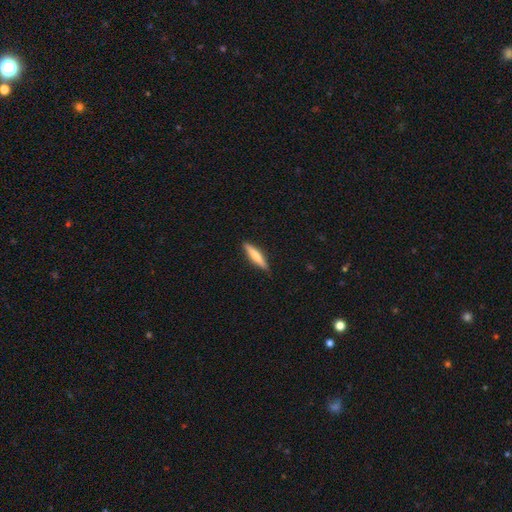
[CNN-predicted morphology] A smooth galaxy with no disk features (62%) that is cigar-shaped (87%).

Vote fractions:
- Smooth or featured? smooth: 62% / featured or disk: 33% / star or artifact: 5%
- How rounded? cigar-shaped: 87% / in between: 11% / round: 1%
- Merging? none: 89% / minor disturbance: 8% / major disturbance: 2% / merger: 1%